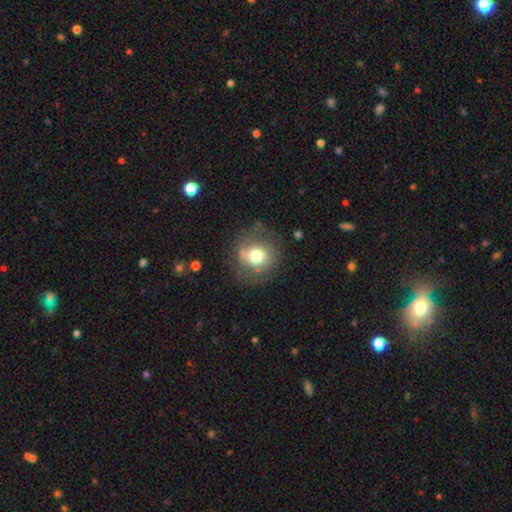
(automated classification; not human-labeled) smooth 61%, featured or disk 28%, star or artifact 10%. Down the decision tree: how rounded — round (84%); merging — none (70%).